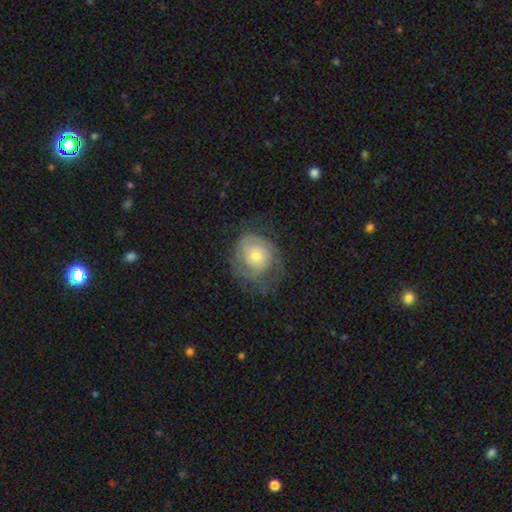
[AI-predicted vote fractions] Smooth or featured? Predicted: featured or disk (p=0.58). Edge-on disk? Predicted: no (p=0.97). Bar? Predicted: no (p=0.80). Spiral arms? Predicted: yes (p=0.79). Bulge size? Predicted: small (p=0.50). Merging? Predicted: none (p=0.54).